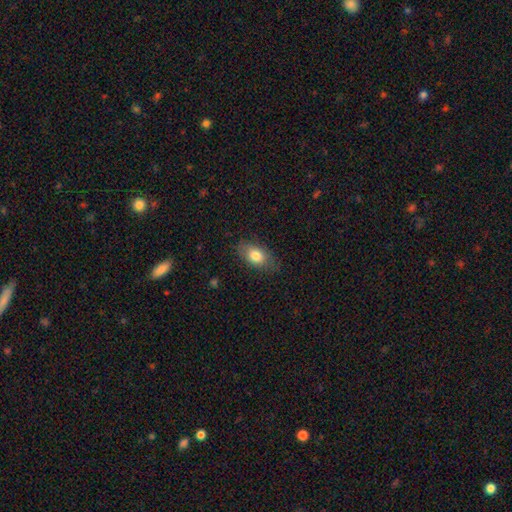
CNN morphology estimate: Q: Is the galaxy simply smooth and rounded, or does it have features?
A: smooth — 78%.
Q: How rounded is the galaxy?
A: in between — 85%.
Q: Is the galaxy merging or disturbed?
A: none — 77%.